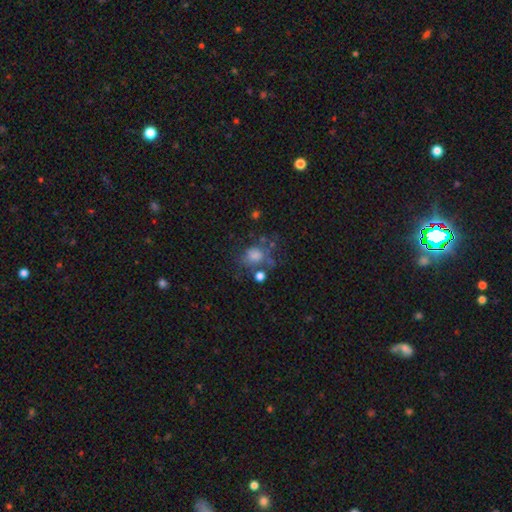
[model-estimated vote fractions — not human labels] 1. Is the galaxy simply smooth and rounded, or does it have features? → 63% smooth, 19% featured or disk, 18% star or artifact.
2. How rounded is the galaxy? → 59% round, 40% in between, 1% cigar-shaped.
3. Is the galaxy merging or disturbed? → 46% none, 21% minor disturbance, 18% major disturbance, 14% merger.